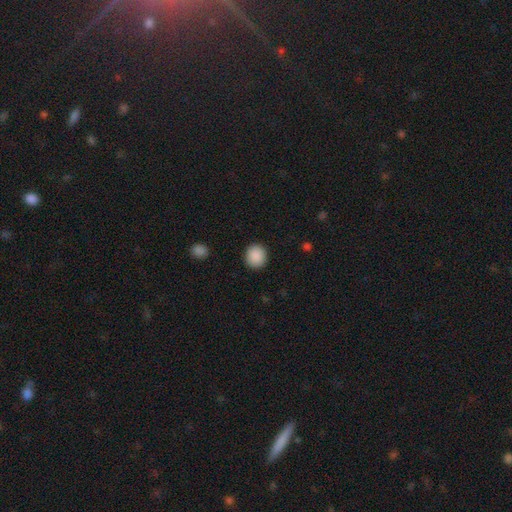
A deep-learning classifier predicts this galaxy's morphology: A smooth galaxy with no disk features (90%) that is round (88%). Merging: none (92%).